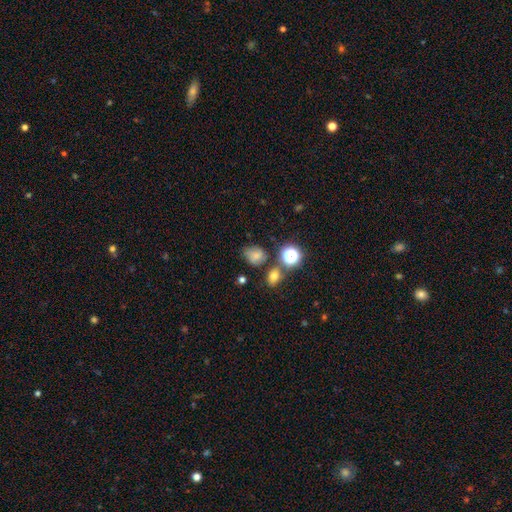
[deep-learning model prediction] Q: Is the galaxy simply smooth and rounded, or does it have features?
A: smooth — 69%.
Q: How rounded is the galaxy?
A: round — 60%.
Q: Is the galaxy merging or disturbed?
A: none — 59%.